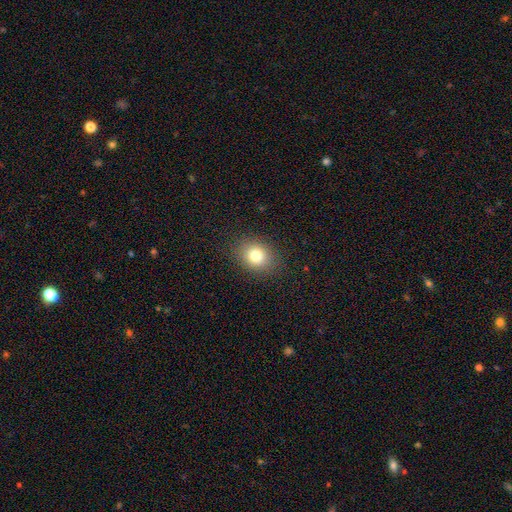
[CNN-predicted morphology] smooth-or-featured: smooth: 80% | star or artifact: 12% | featured or disk: 9%
  how-rounded: round: 55% | in between: 44% | cigar-shaped: 1%
  merging: none: 88% | minor disturbance: 8% | major disturbance: 3% | merger: 1%